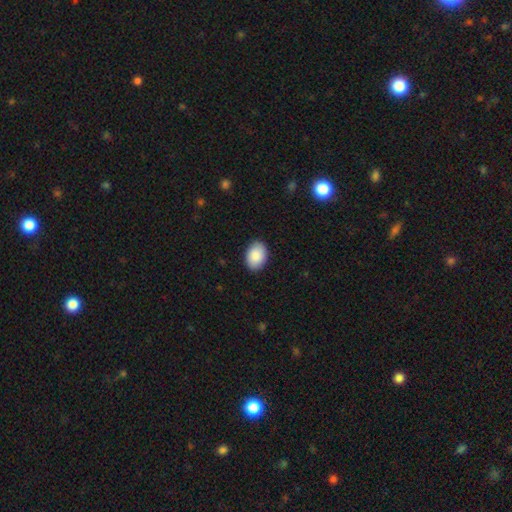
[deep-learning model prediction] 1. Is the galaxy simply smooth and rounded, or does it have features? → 90% smooth, 6% star or artifact, 4% featured or disk.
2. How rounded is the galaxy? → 85% in between, 14% round, 1% cigar-shaped.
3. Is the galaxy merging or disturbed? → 89% none, 8% minor disturbance, 2% major disturbance, 1% merger.